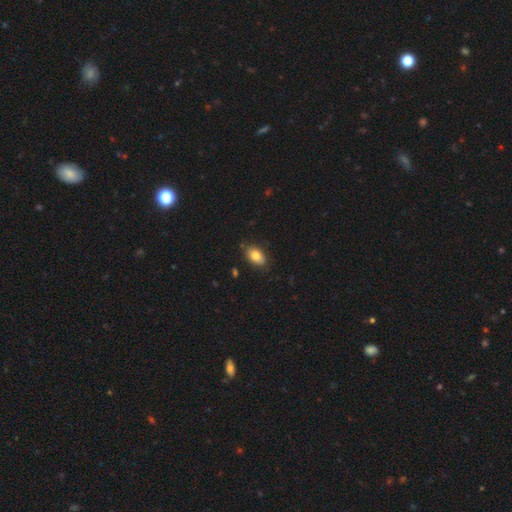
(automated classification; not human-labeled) A smooth galaxy with no disk features (83%) that is in between round and cigar-shaped (91%). Merging: none (83%).